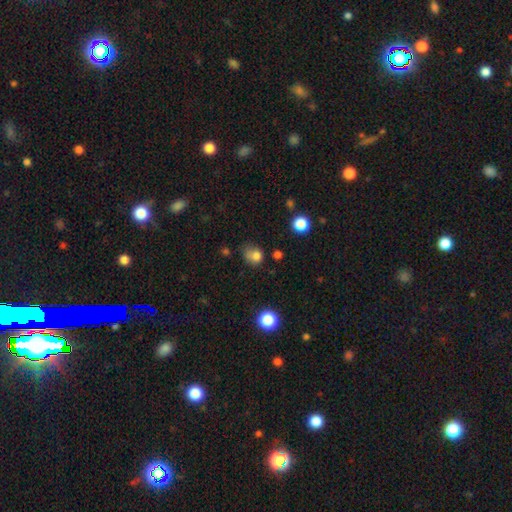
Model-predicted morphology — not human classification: Overall: smooth (78%). How rounded: round (63%; in between 36%). Merging: none (41%; minor disturbance 35%).